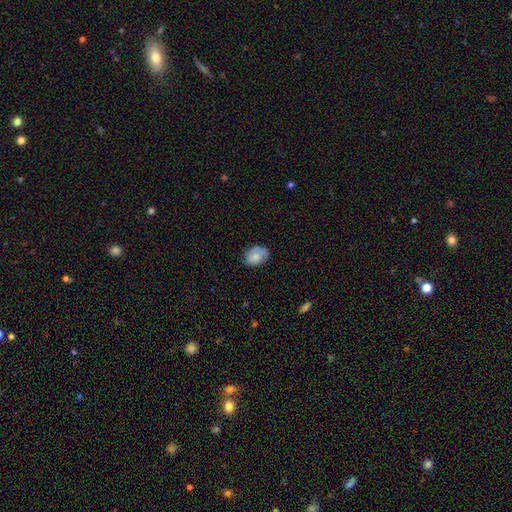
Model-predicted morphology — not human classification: This appears to be a smooth galaxy with no disk features (68%) that is in between round and cigar-shaped (70%). Merging: none (68%).